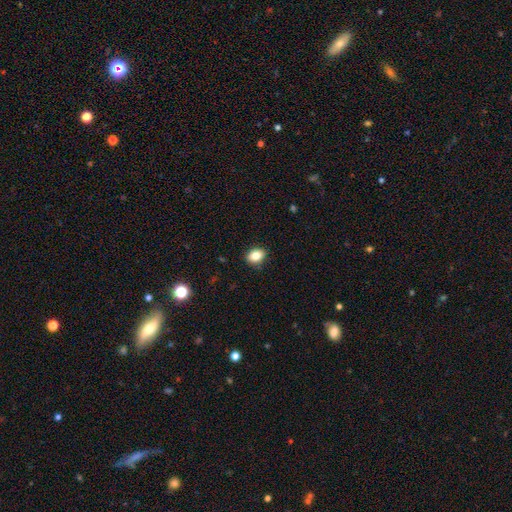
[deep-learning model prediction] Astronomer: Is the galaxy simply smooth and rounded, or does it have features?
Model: smooth — 83%.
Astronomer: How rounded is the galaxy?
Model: in between — 69%.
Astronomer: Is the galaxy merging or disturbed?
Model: none — 88%.